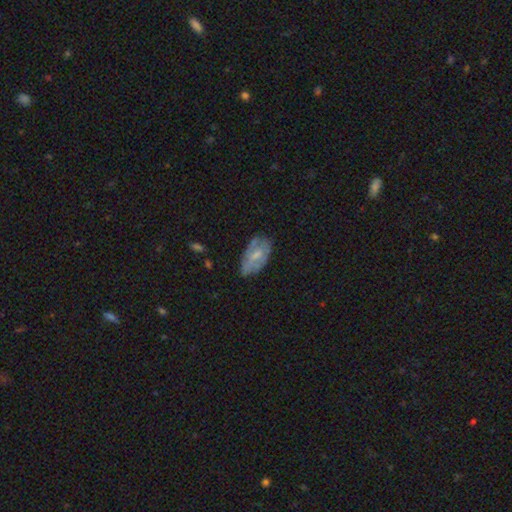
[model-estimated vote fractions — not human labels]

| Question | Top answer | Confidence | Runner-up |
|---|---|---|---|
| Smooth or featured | smooth | 48% | featured or disk (45%) |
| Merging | none | 55% | minor disturbance (31%) |